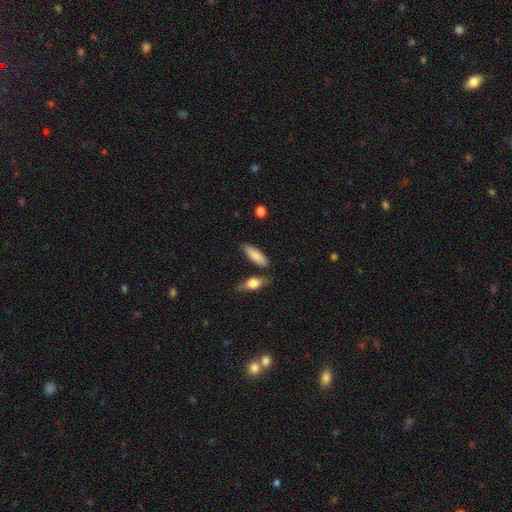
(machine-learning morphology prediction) smooth_or_featured: smooth (p=0.83) [alt: featured or disk p=0.11]
how_rounded: in between (p=0.52) [alt: cigar-shaped p=0.46]
merging: none (p=0.76) [alt: minor disturbance p=0.13]